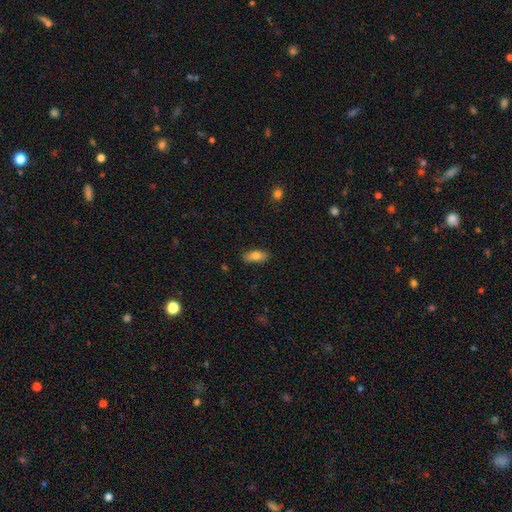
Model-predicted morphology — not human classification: Smooth or featured? smooth (78%)
How rounded? in between (80%)
Merging? none (82%)